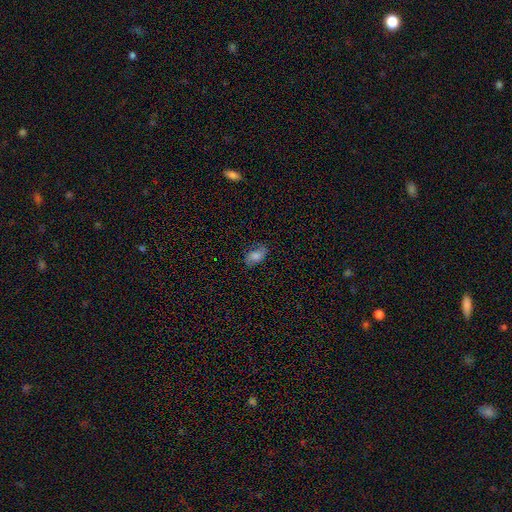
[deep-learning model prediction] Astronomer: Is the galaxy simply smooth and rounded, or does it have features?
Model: smooth — 63%.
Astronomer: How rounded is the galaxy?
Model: in between — 90%.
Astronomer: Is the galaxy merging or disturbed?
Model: none — 75%.